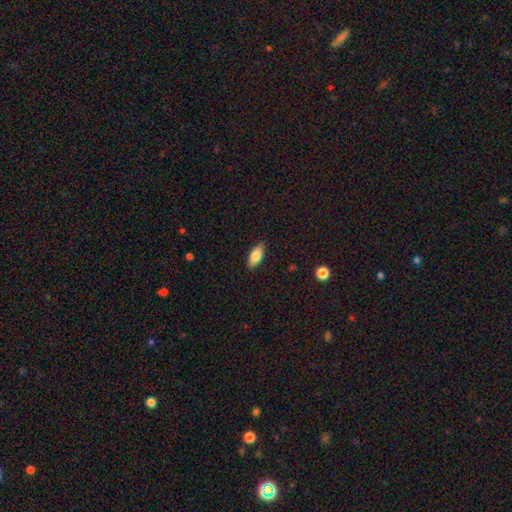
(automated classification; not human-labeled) Smooth or featured? Predicted: smooth (p=0.83). How rounded? Predicted: in between (p=0.85). Merging? Predicted: none (p=0.87).